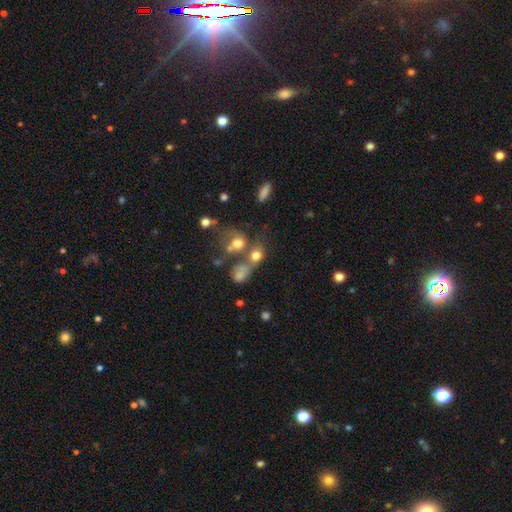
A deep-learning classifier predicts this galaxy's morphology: This is likely a smooth galaxy (71%). How rounded: likely round (67%). Merging: possibly merger (45%).